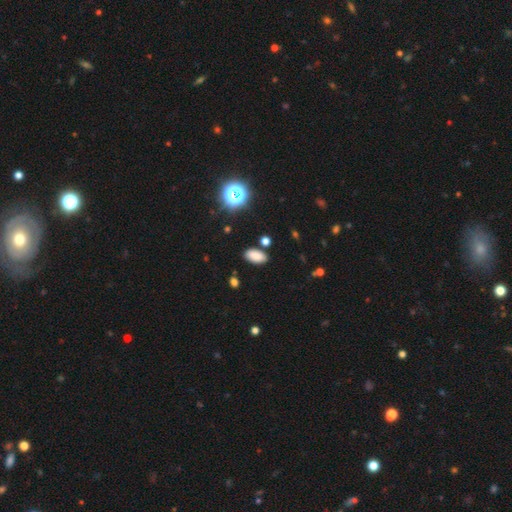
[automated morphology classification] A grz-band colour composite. It shows a smooth galaxy with no disk features (83%) that is in between round and cigar-shaped (92%). Merging: none (85%).